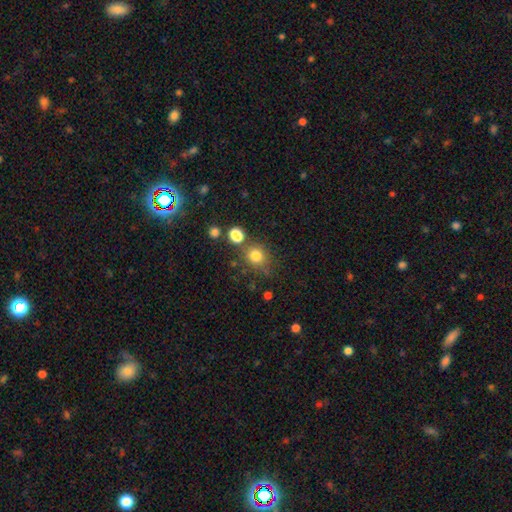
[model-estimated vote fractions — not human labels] Smooth or featured?
  - smooth: 80% *
  - star or artifact: 13%
  - featured or disk: 7%
How rounded?
  - round: 83% *
  - in between: 17%
  - cigar-shaped: 1%
Merging?
  - none: 72% *
  - minor disturbance: 13%
  - merger: 10%
  - major disturbance: 5%